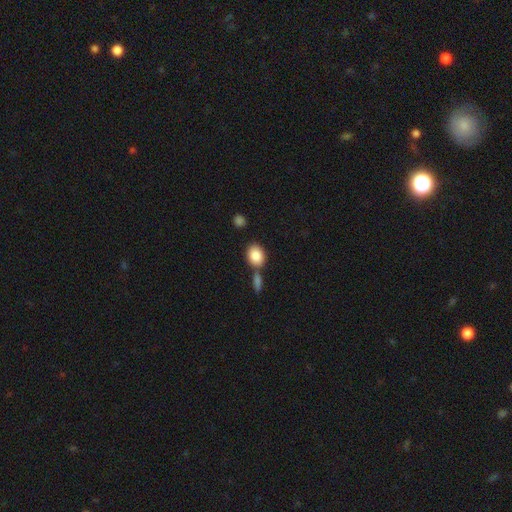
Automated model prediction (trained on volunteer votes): The model was most divided on "how rounded": in between: 58%, round: 41%, cigar-shaped: 2%. More confident: smooth or featured — smooth (86%); merging — none (63%).